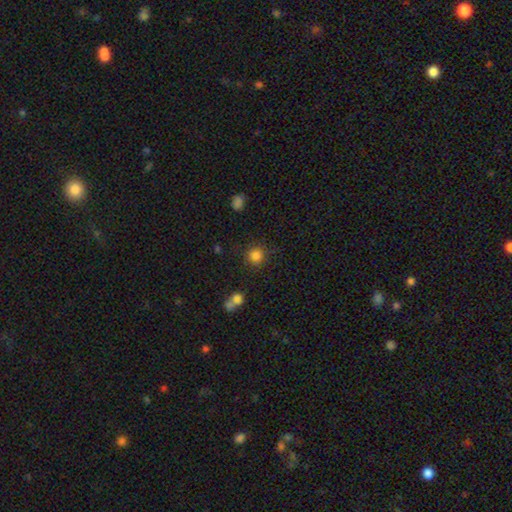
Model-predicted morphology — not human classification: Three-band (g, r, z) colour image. It shows a smooth galaxy with no disk features (83%) that is round (91%). Merging: none (80%).